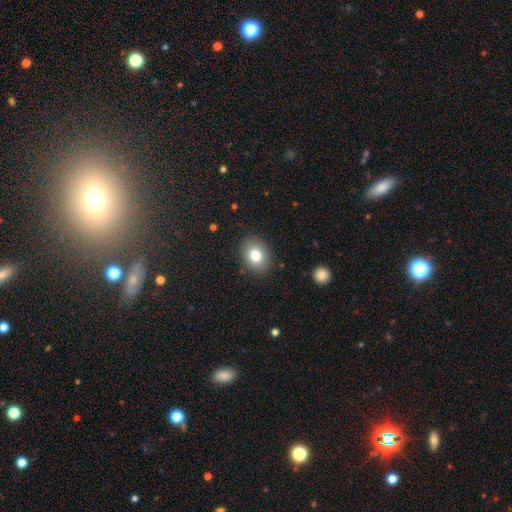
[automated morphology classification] smooth-or-featured: smooth: 81% | featured or disk: 10% | star or artifact: 9%
  how-rounded: in between: 60% | round: 39% | cigar-shaped: 1%
  merging: none: 85% | minor disturbance: 10% | major disturbance: 3% | merger: 1%